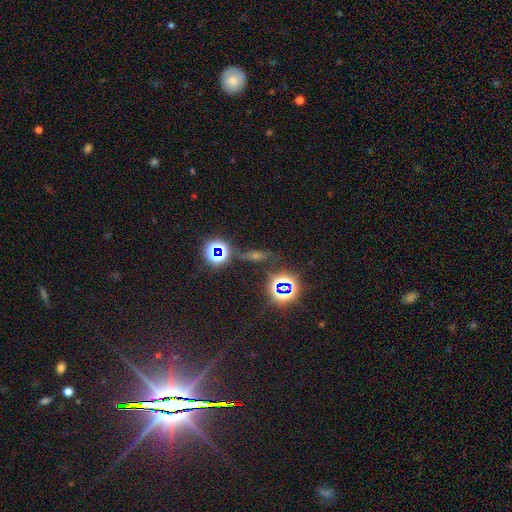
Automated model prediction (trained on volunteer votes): smooth-or-featured: star or artifact: 60% | featured or disk: 21% | smooth: 19%